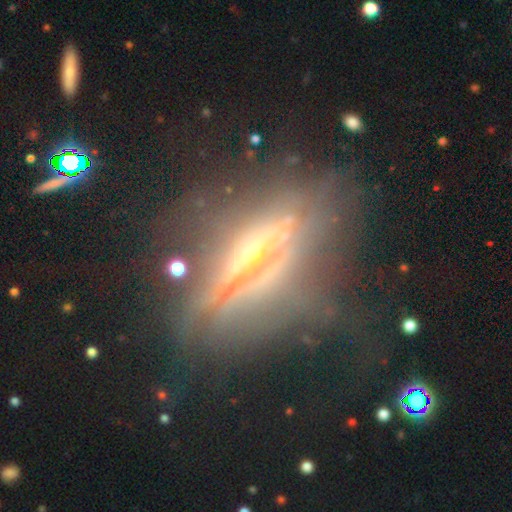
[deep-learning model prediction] This is likely a featured or disk galaxy (73%). It is likely viewed edge-on (79%). Edge-on bulge: likely rounded (77%). Merging: likely none (61%).